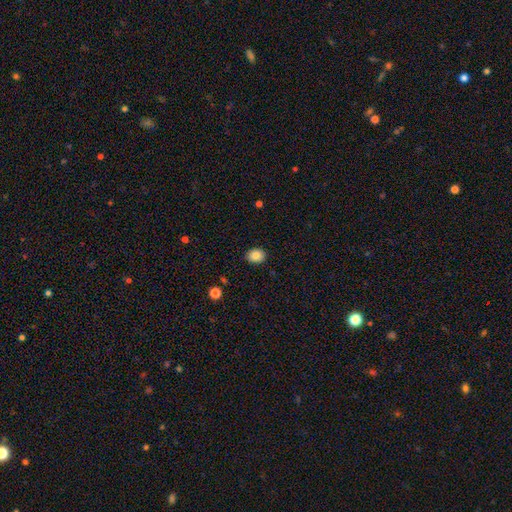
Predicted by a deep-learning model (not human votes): Smooth or featured?
  - smooth: 84% *
  - star or artifact: 9%
  - featured or disk: 7%
How rounded?
  - round: 53% *
  - in between: 46%
  - cigar-shaped: 1%
Merging?
  - none: 89% *
  - minor disturbance: 8%
  - major disturbance: 2%
  - merger: 1%